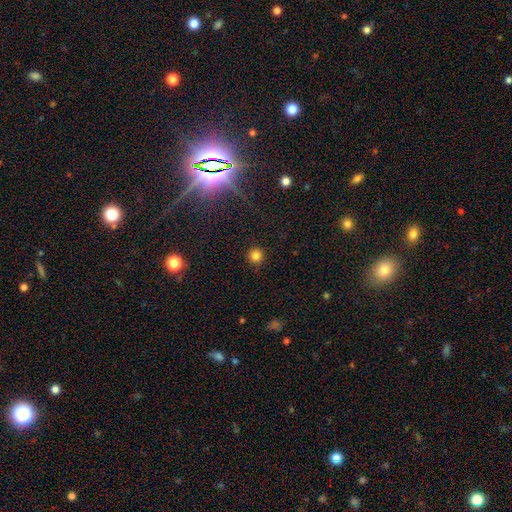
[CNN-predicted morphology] Smooth or featured?
  - smooth: 81% *
  - star or artifact: 14%
  - featured or disk: 5%
How rounded?
  - round: 95% *
  - in between: 4%
  - cigar-shaped: 1%
Merging?
  - none: 92% *
  - minor disturbance: 5%
  - major disturbance: 2%
  - merger: 1%